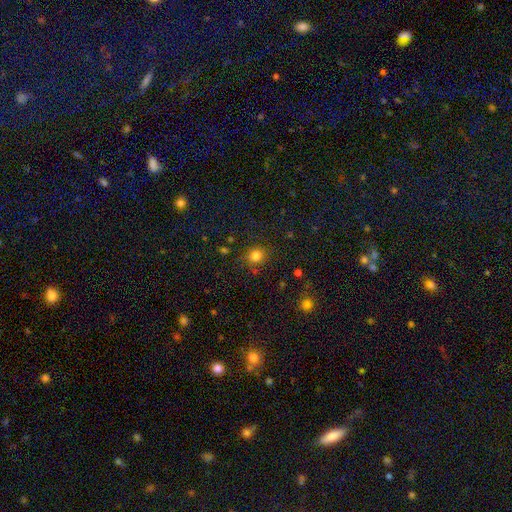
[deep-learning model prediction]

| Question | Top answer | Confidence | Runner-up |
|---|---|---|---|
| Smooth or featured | smooth | 81% | star or artifact (13%) |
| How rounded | round | 82% | in between (17%) |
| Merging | none | 82% | minor disturbance (12%) |